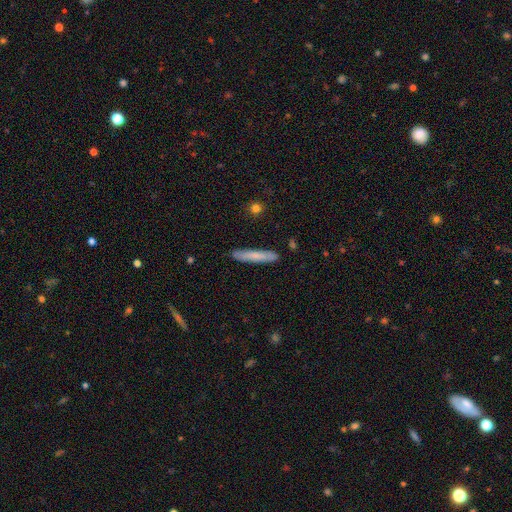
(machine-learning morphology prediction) A smooth galaxy with no disk features (69%) that is cigar-shaped (93%).

Vote fractions:
- Smooth or featured? smooth: 69% / featured or disk: 25% / star or artifact: 6%
- How rounded? cigar-shaped: 93% / in between: 6% / round: 1%
- Merging? none: 88% / minor disturbance: 9% / major disturbance: 2% / merger: 1%